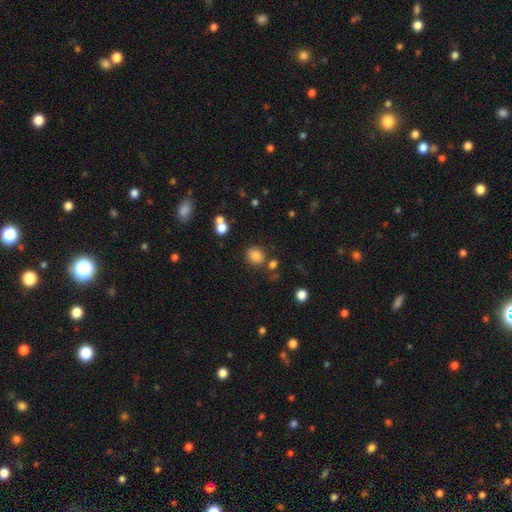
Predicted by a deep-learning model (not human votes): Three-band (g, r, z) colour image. It shows a smooth galaxy with no disk features (83%) that is round (64%). Merging: none (73%).